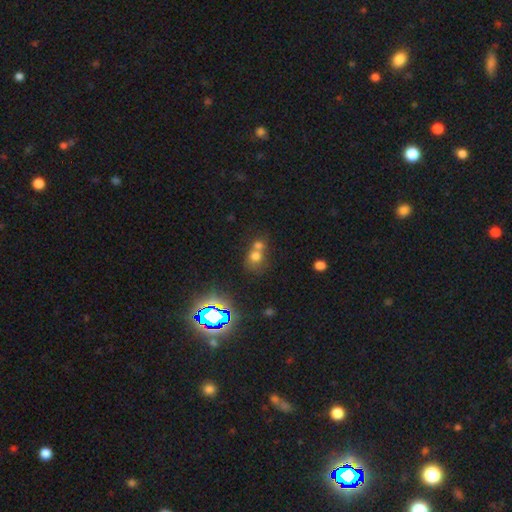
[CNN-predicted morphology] smooth 62%, star or artifact 24%, featured or disk 14%. Down the decision tree: how rounded — round (75%); merging — merger (56%).